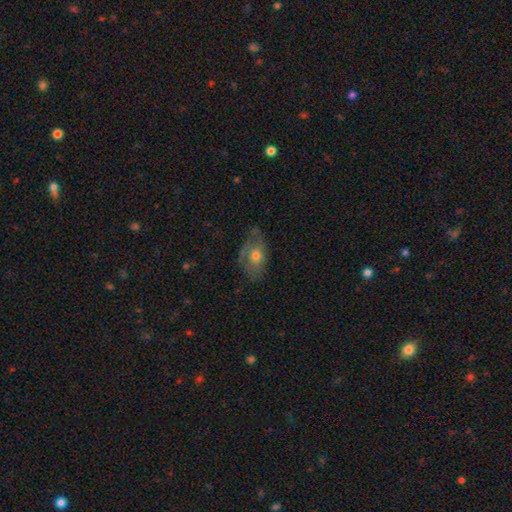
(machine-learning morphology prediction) The model was most divided on "smooth or featured": smooth: 47%, featured or disk: 44%, star or artifact: 9%. More confident: merging — none (57%).